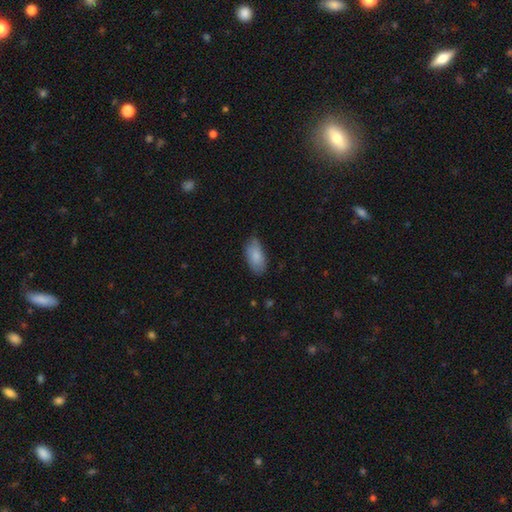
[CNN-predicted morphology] This is clearly a smooth galaxy (85%). How rounded: clearly in between (93%). Merging: likely none (76%).